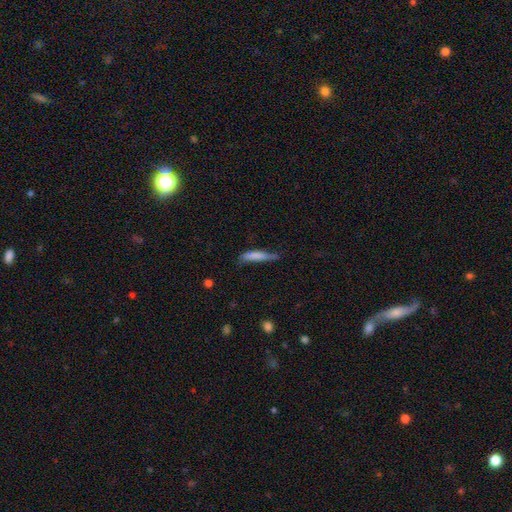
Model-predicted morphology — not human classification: This is likely a smooth galaxy (73%). How rounded: clearly cigar-shaped (84%). Merging: possibly none (46%).